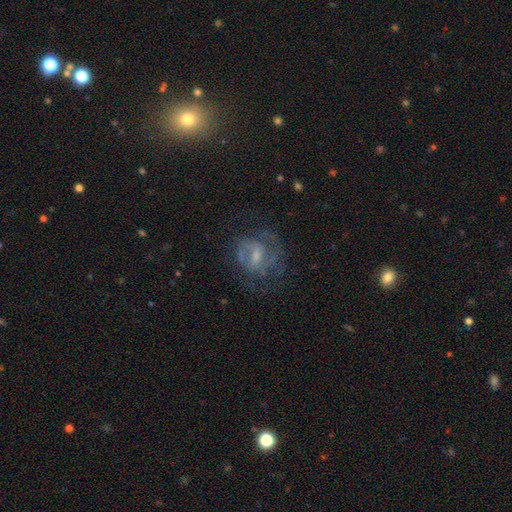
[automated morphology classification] A featured or disk galaxy (72%) with a weak bar (52%), 2 (50%) medium (46%) spiral arms (77%) and a small central bulge (45%). Merging: none (58%).